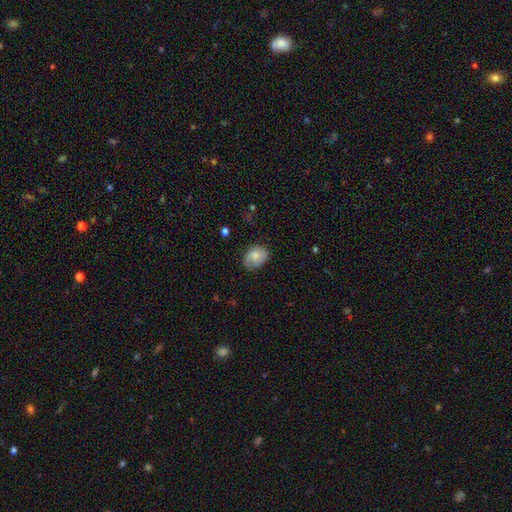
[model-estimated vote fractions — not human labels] smooth-or-featured: smooth: 74% | featured or disk: 19% | star or artifact: 7%
  how-rounded: in between: 67% | round: 33% | cigar-shaped: 1%
  merging: none: 64% | minor disturbance: 28% | major disturbance: 6% | merger: 1%